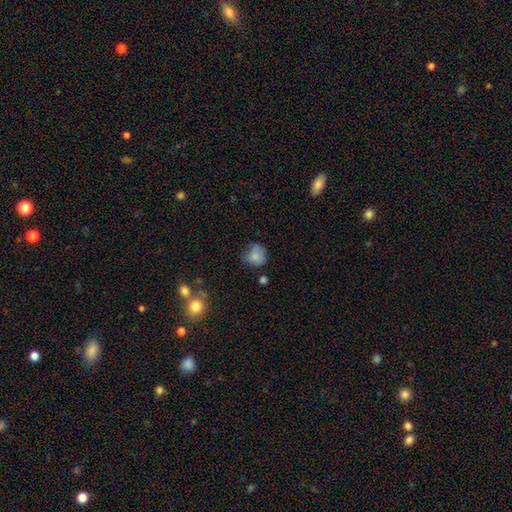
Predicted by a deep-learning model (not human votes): smooth-or-featured: smooth: 81% | star or artifact: 10% | featured or disk: 9%
  how-rounded: round: 76% | in between: 23% | cigar-shaped: 1%
  merging: none: 58% | minor disturbance: 30% | major disturbance: 9% | merger: 4%